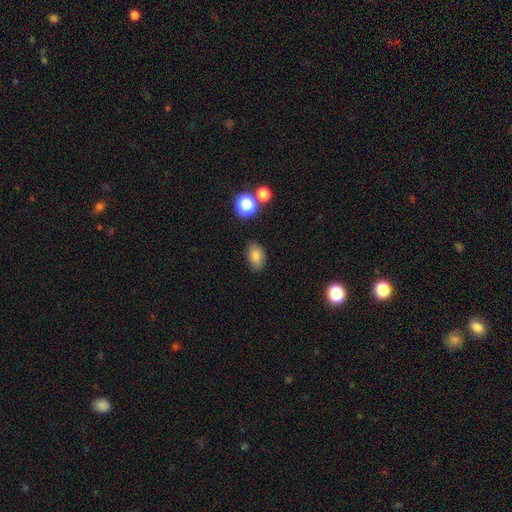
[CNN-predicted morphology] A smooth galaxy with no disk features (81%) that is in between round and cigar-shaped (83%). Merging: none (83%).